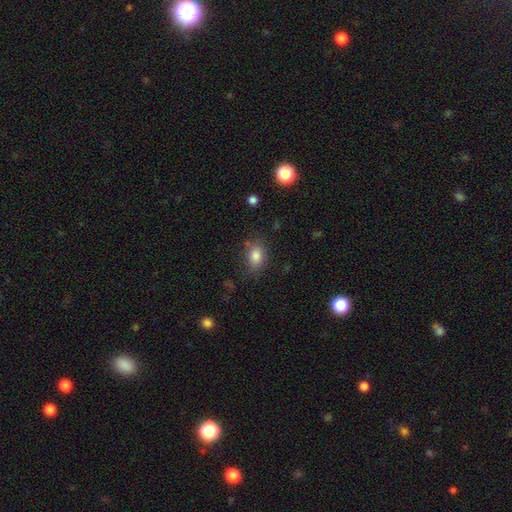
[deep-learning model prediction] A smooth galaxy with no disk features (83%) that is in between round and cigar-shaped (76%).

Vote fractions:
- Smooth or featured? smooth: 83% / star or artifact: 10% / featured or disk: 7%
- How rounded? in between: 76% / round: 23% / cigar-shaped: 2%
- Merging? none: 76% / minor disturbance: 16% / major disturbance: 5% / merger: 3%